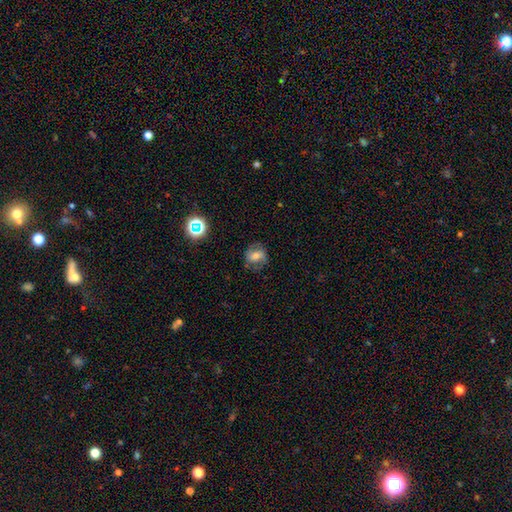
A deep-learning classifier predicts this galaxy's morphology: A featured or disk galaxy (46%).

Vote fractions:
- Smooth or featured? featured or disk: 46% / smooth: 42% / star or artifact: 12%
- Merging? none: 75% / minor disturbance: 16% / major disturbance: 7% / merger: 1%